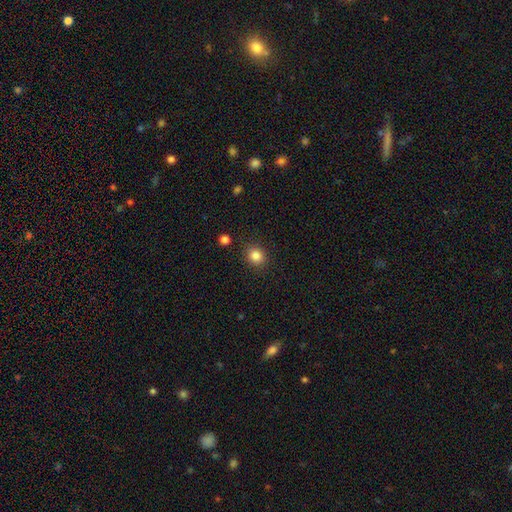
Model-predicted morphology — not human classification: The model was most divided on "how rounded": round: 79%, in between: 20%, cigar-shaped: 1%. More confident: merging — none (88%); smooth or featured — smooth (84%).